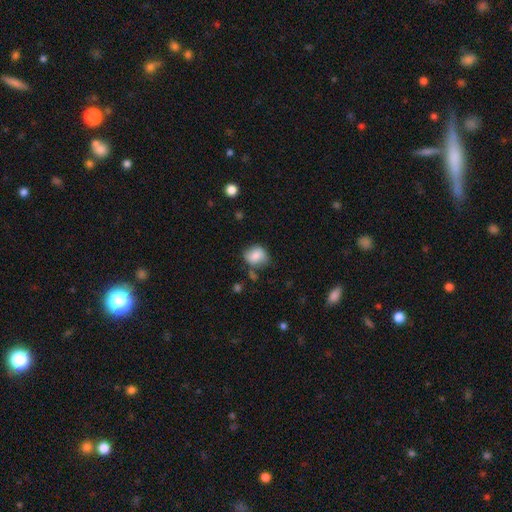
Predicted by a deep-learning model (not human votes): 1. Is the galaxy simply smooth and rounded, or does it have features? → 78% smooth, 13% featured or disk, 9% star or artifact.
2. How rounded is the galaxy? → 62% round, 37% in between, 1% cigar-shaped.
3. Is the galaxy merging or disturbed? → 62% none, 25% minor disturbance, 7% major disturbance, 6% merger.